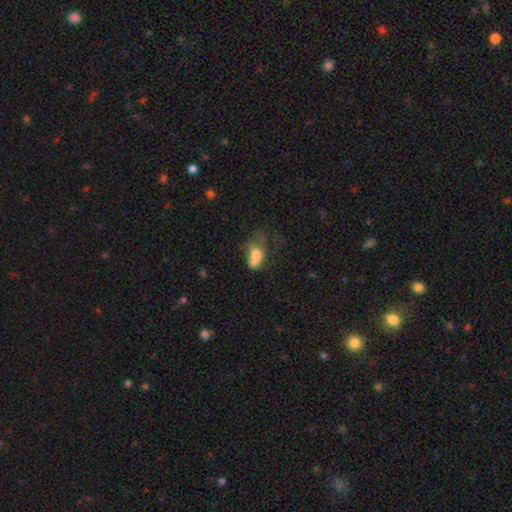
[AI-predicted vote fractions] Smooth or featured: smooth — 68% (featured or disk — 21%)
How rounded: in between — 83% (round — 13%)
Merging: major disturbance — 43% (minor disturbance — 23%)